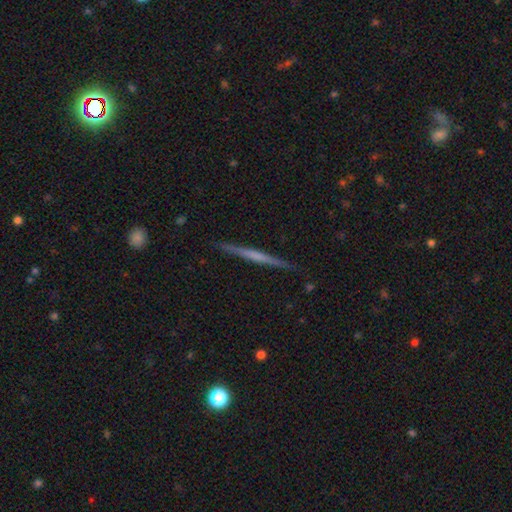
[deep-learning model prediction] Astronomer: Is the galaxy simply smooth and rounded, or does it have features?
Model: featured or disk — 62%.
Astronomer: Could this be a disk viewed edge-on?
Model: yes — 98%.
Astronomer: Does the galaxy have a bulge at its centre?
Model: none — 71%.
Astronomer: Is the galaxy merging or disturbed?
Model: none — 91%.